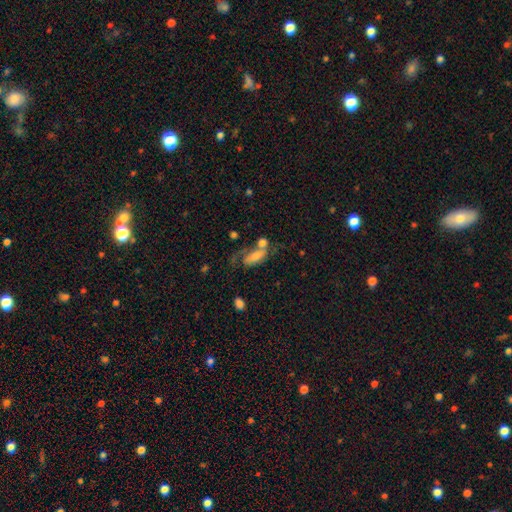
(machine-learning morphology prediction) Smooth or featured? Predicted: smooth (p=0.58). How rounded? Predicted: in between (p=0.83). Merging? Predicted: merger (p=0.33).